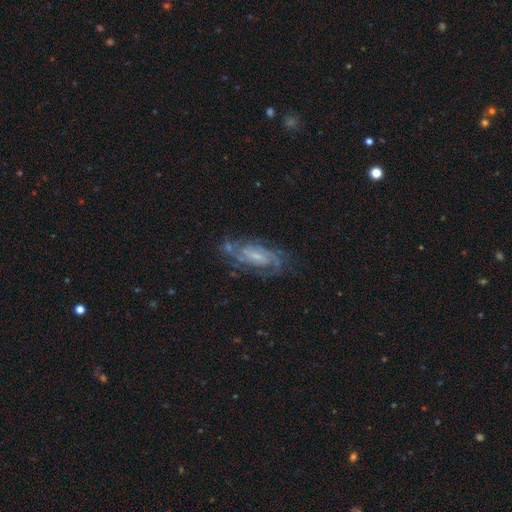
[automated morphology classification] Smooth or featured? Predicted: featured or disk (p=0.82). Edge-on disk? Predicted: no (p=0.92). Bar? Predicted: weak (p=0.45). Spiral arms? Predicted: yes (p=0.94). Spiral winding? Predicted: tight (p=0.51). Spiral arm count? Predicted: 2 (p=0.36). Bulge size? Predicted: small (p=0.61). Merging? Predicted: none (p=0.71).